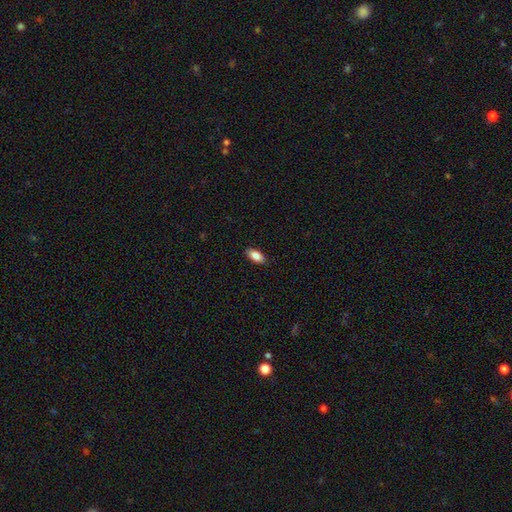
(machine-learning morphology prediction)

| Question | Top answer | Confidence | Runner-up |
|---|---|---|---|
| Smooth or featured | smooth | 84% | featured or disk (9%) |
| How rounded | in between | 89% | cigar-shaped (9%) |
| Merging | none | 89% | minor disturbance (8%) |